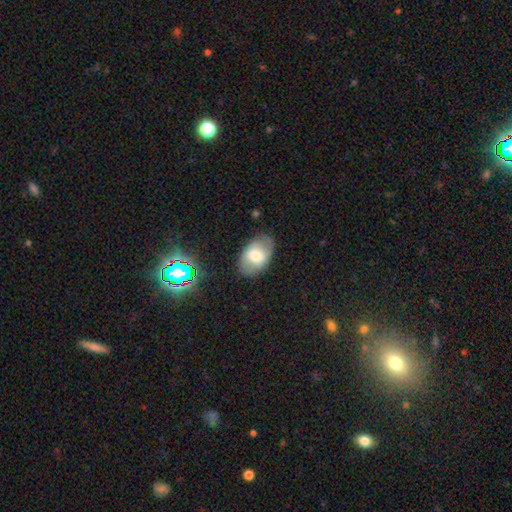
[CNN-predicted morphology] A smooth galaxy with no disk features (62%) that is in between round and cigar-shaped (90%). Merging: none (82%).